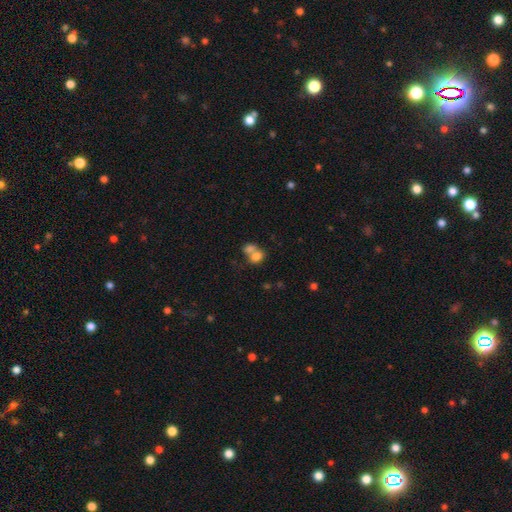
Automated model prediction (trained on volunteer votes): A smooth galaxy with no disk features (75%) that is in between round and cigar-shaped (57%). Merging: merger (65%).